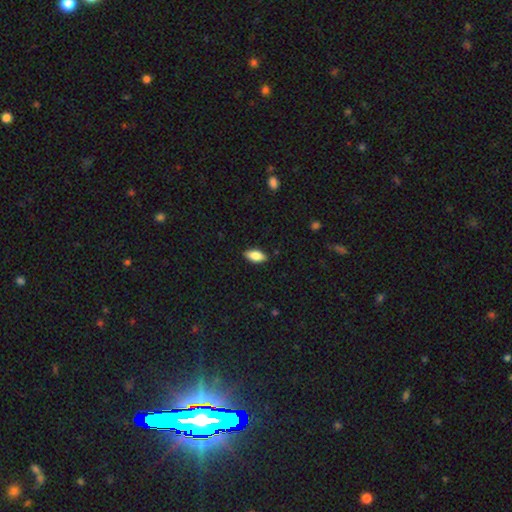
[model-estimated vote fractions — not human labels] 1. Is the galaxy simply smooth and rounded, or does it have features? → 81% smooth, 12% featured or disk, 7% star or artifact.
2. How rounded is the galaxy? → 89% in between, 9% cigar-shaped, 3% round.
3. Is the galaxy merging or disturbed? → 88% none, 9% minor disturbance, 2% major disturbance, 1% merger.